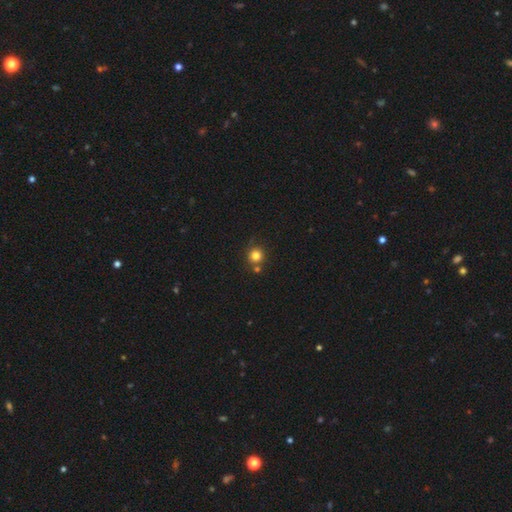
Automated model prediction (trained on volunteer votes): This is clearly a smooth galaxy (80%). How rounded: clearly round (93%). Merging: likely none (71%).